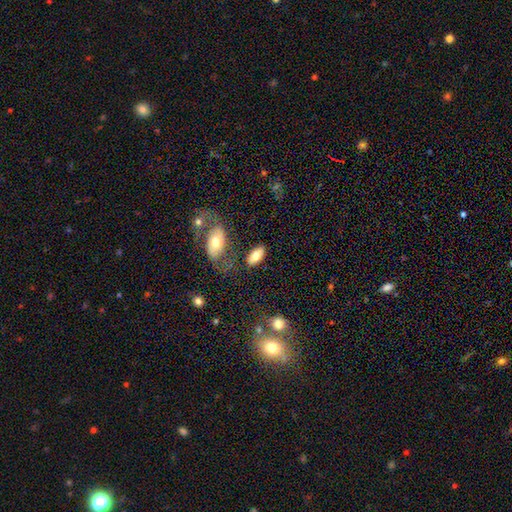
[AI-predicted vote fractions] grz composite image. It shows a smooth galaxy with no disk features (74%) that is in between round and cigar-shaped (91%). Merging: none (73%).